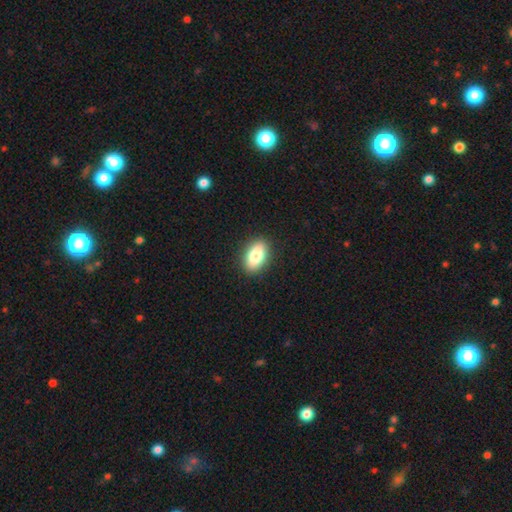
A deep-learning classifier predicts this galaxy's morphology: A smooth galaxy with no disk features (80%) that is in between round and cigar-shaped (88%). Merging: none (90%).